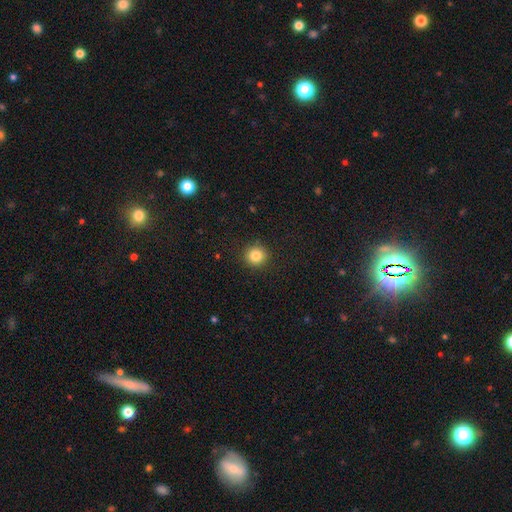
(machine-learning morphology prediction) Q: Smooth or featured?
A: smooth (84%); runner-up: star or artifact (11%)
Q: How rounded?
A: round (93%); runner-up: in between (6%)
Q: Merging?
A: none (91%); runner-up: minor disturbance (6%)